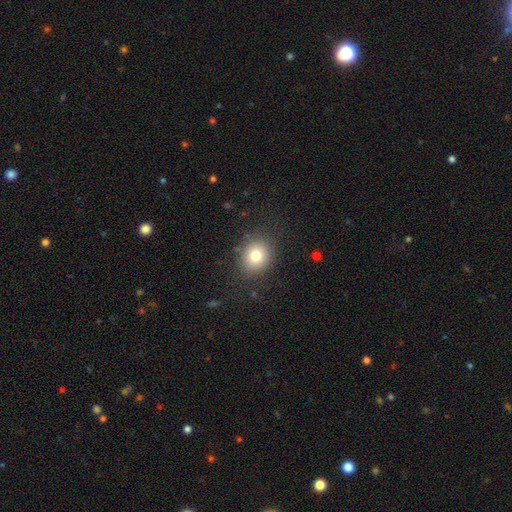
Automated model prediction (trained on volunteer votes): Morphology: type=smooth (79%); roundness=round (66%); merging=none (85%).